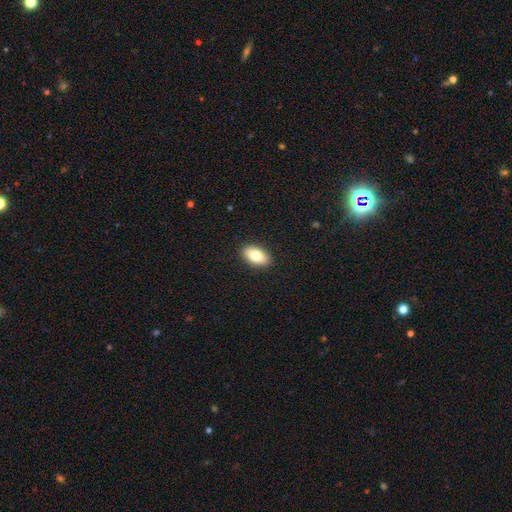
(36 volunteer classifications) smooth_or_featured: smooth (p=0.86) [alt: featured or disk p=0.14]
how_rounded: in between (p=0.97) [alt: cigar-shaped p=0.03]
merging: none (p=0.97) [alt: major disturbance p=0.03]